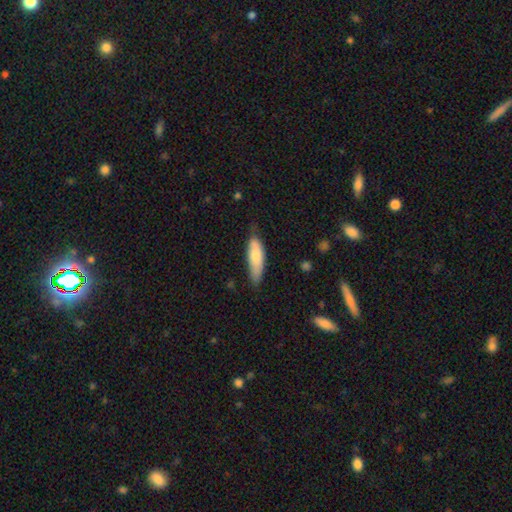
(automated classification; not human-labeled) smooth_or_featured: smooth (p=0.75) [alt: featured or disk p=0.20]
how_rounded: in between (p=0.54) [alt: cigar-shaped p=0.44]
merging: none (p=0.59) [alt: minor disturbance p=0.32]